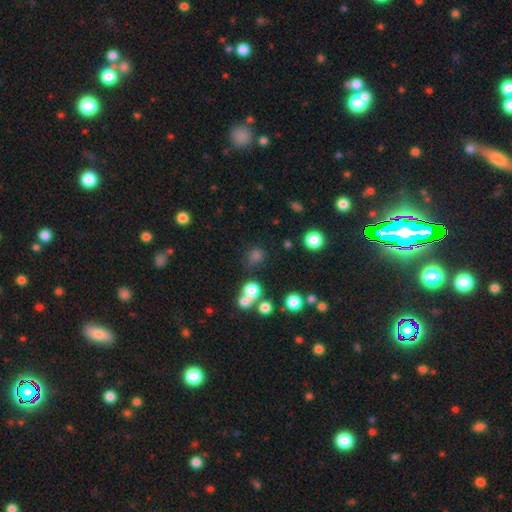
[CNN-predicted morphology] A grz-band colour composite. It shows a smooth galaxy with no disk features (67%) that is round (84%). Merging: none (64%).